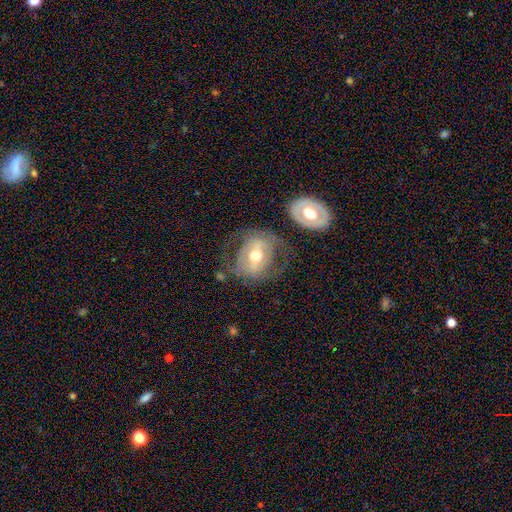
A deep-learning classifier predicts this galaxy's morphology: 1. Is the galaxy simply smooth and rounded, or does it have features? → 65% featured or disk, 28% smooth, 7% star or artifact.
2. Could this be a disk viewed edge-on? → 93% no, 7% yes.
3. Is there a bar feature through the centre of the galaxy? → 42% strong, 35% weak, 23% no.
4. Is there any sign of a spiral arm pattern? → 51% yes, 49% no.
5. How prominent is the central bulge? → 73% moderate, 17% small, 8% large, 1% dominant, 1% none.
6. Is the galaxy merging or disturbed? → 53% none, 20% minor disturbance, 19% major disturbance, 8% merger.